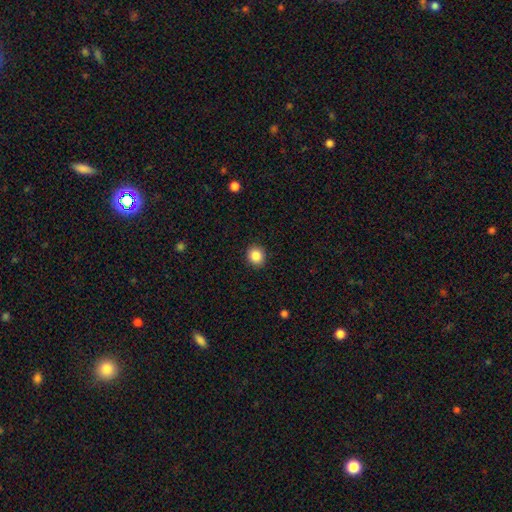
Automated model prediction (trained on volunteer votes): smooth_or_featured: smooth (p=0.87) [alt: star or artifact p=0.09]
how_rounded: round (p=0.80) [alt: in between p=0.19]
merging: none (p=0.90) [alt: minor disturbance p=0.07]